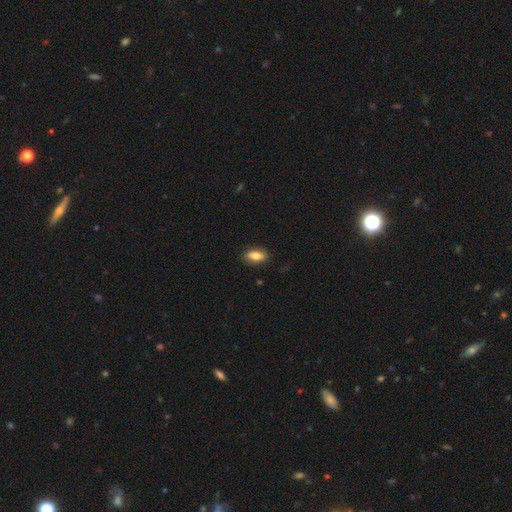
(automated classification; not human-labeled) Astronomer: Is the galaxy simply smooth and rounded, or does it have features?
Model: smooth — 76%.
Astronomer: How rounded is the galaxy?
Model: in between — 82%.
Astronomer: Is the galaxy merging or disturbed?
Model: none — 84%.